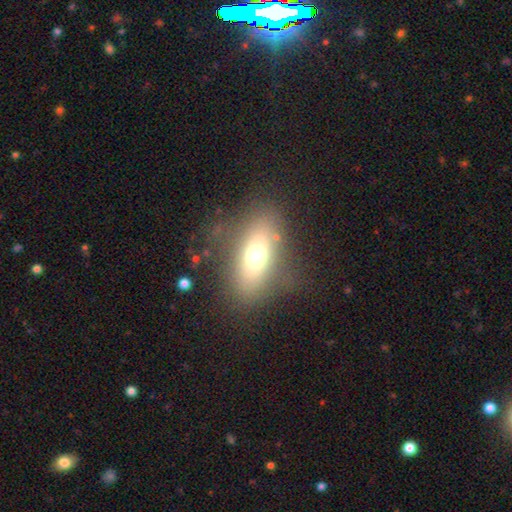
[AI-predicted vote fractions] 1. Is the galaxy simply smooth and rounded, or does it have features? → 65% smooth, 23% featured or disk, 12% star or artifact.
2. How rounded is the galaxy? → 77% in between, 13% cigar-shaped, 10% round.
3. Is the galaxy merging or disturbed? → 77% none, 14% minor disturbance, 7% major disturbance, 2% merger.